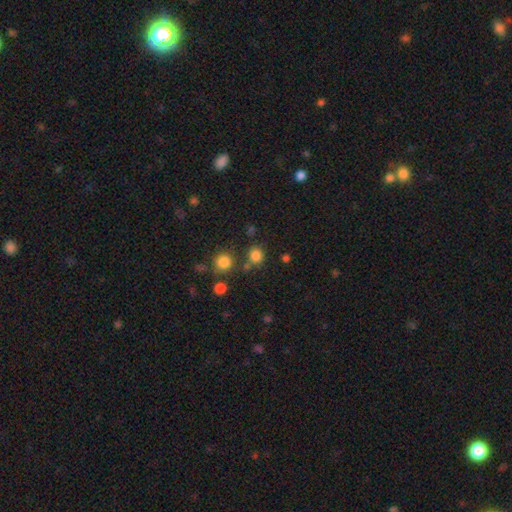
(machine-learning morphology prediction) A smooth galaxy with no disk features (80%) that is round (84%).

Vote fractions:
- Smooth or featured? smooth: 80% / star or artifact: 15% / featured or disk: 5%
- How rounded? round: 84% / in between: 15% / cigar-shaped: 1%
- Merging? none: 73% / merger: 12% / minor disturbance: 10% / major disturbance: 4%